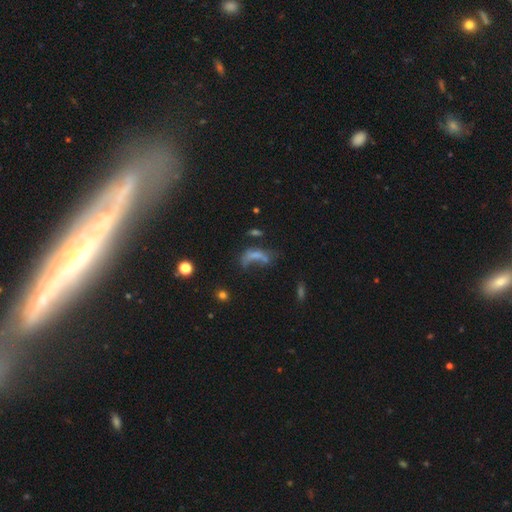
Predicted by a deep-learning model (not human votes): smooth-or-featured: smooth: 44% | featured or disk: 34% | star or artifact: 21%
  merging: major disturbance: 38% | none: 25% | merger: 23% | minor disturbance: 14%